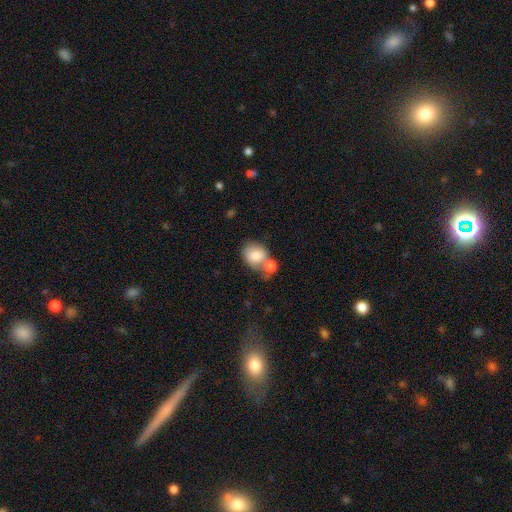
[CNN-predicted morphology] Smooth or featured? Predicted: smooth (p=0.82). How rounded? Predicted: round (p=0.53). Merging? Predicted: merger (p=0.48).